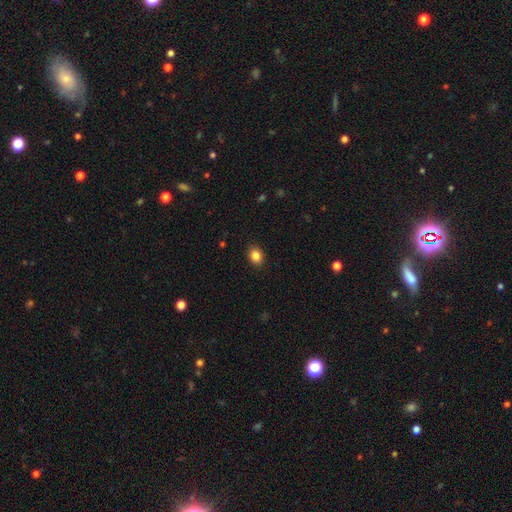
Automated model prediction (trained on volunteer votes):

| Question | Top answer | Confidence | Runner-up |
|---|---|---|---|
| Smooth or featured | smooth | 86% | star or artifact (10%) |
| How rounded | in between | 53% | round (46%) |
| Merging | none | 89% | minor disturbance (8%) |